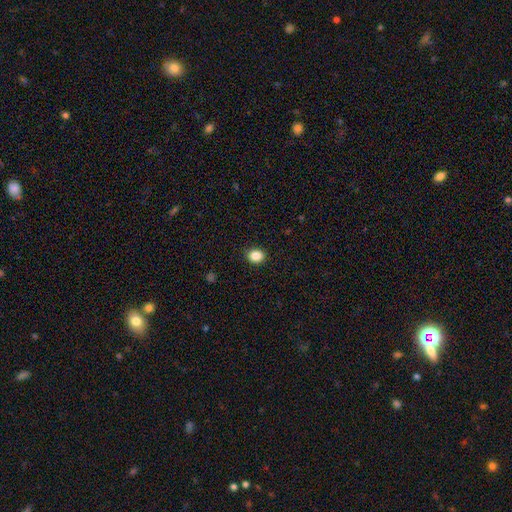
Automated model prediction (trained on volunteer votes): smooth 86%, star or artifact 10%, featured or disk 4%. Down the decision tree: how rounded — round (57%); merging — none (90%).